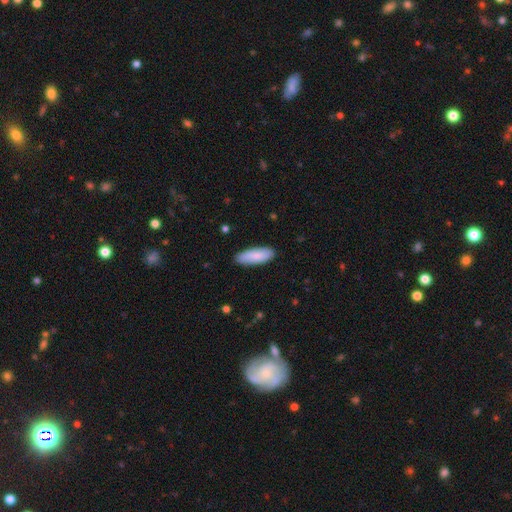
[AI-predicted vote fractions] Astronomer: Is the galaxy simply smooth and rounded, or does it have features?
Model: smooth — 86%.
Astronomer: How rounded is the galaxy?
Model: in between — 65%.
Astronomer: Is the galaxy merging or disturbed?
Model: none — 87%.